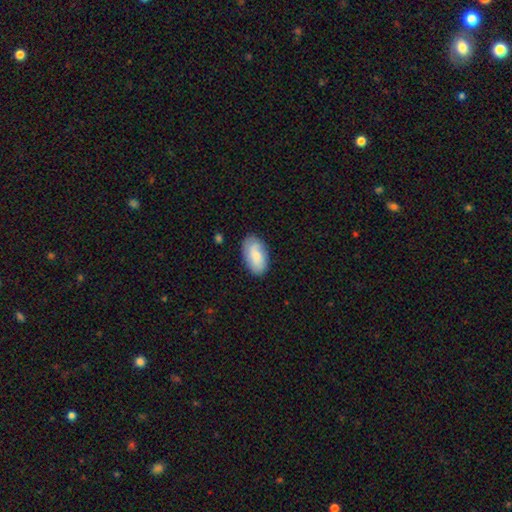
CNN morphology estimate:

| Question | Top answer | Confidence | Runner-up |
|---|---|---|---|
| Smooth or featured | smooth | 75% | featured or disk (18%) |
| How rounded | in between | 94% | round (4%) |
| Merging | none | 81% | minor disturbance (14%) |